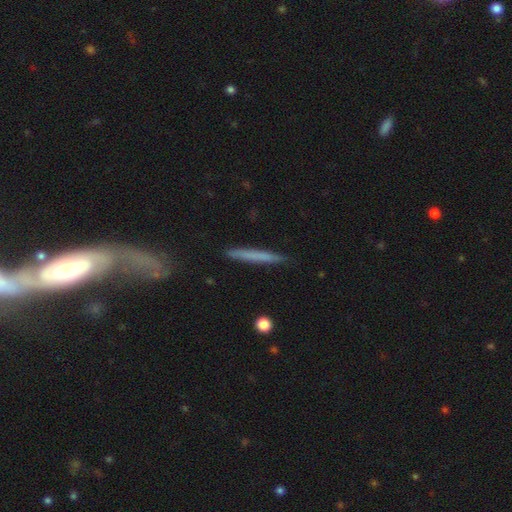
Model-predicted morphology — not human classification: Smooth or featured: smooth — 63% (featured or disk — 31%)
How rounded: cigar-shaped — 96% (in between — 2%)
Merging: none — 89% (minor disturbance — 8%)